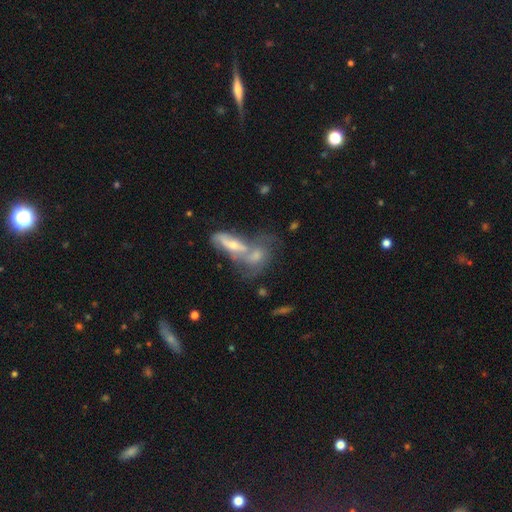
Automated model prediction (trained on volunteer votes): Q: Smooth or featured?
A: featured or disk (54%); runner-up: smooth (36%)
Q: Edge-on disk?
A: no (79%); runner-up: yes (21%)
Q: Merging?
A: merger (67%); runner-up: none (19%)